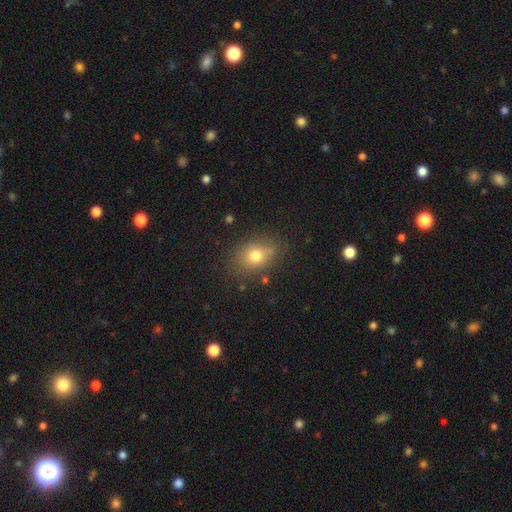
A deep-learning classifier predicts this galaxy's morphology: Smooth or featured? Predicted: smooth (p=0.75). How rounded? Predicted: in between (p=0.59). Merging? Predicted: none (p=0.75).